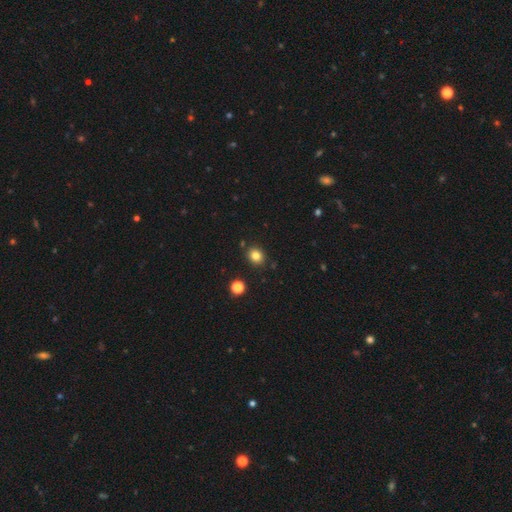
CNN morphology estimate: A smooth galaxy with no disk features (82%) that is round (69%). Merging: none (87%).